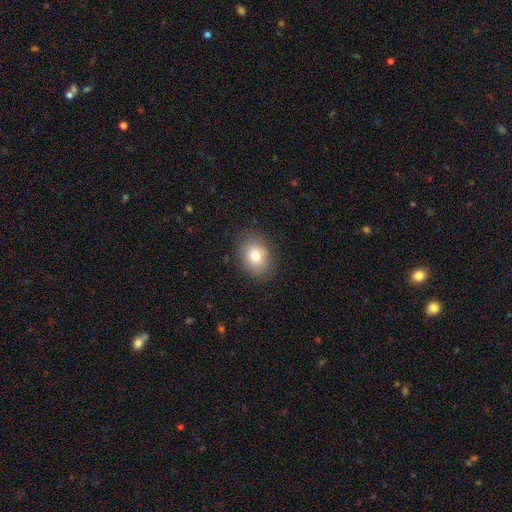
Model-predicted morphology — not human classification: The model was most divided on "how rounded": in between: 59%, round: 40%, cigar-shaped: 1%. More confident: merging — none (85%); smooth or featured — smooth (80%).